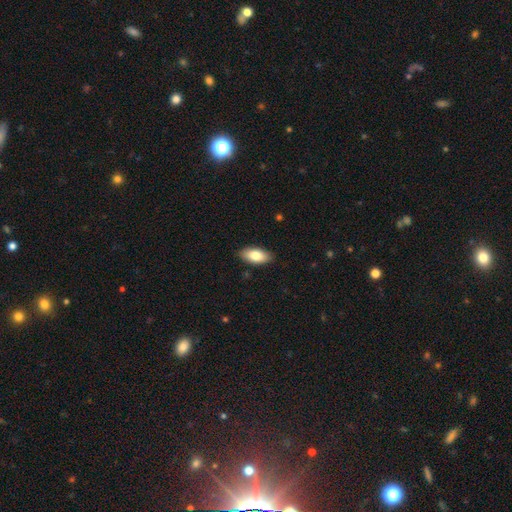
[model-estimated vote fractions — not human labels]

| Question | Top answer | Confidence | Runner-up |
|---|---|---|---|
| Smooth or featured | smooth | 81% | featured or disk (12%) |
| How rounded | in between | 91% | cigar-shaped (6%) |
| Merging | none | 87% | minor disturbance (10%) |